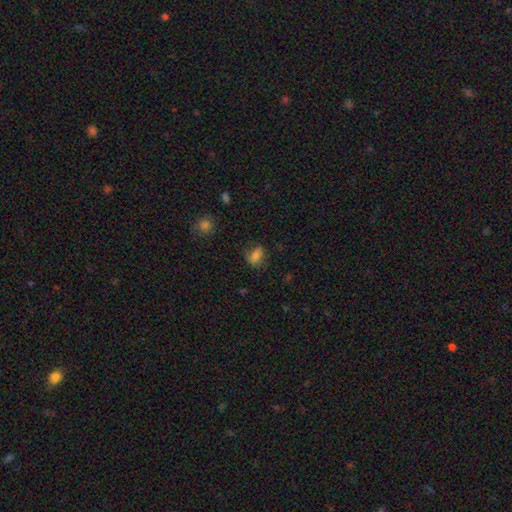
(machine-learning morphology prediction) Overall: smooth (73%). How rounded: in between (69%). Merging: none (66%).